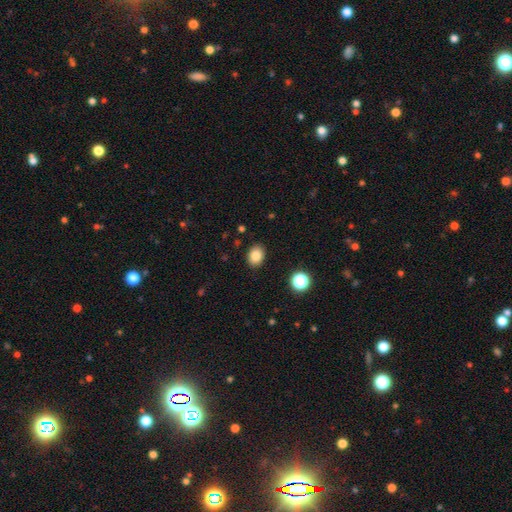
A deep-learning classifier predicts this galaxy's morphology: Smooth or featured? smooth (84%)
How rounded? in between (59%)
Merging? none (89%)